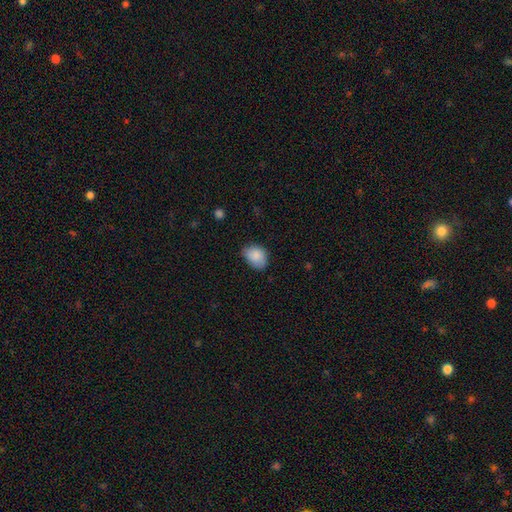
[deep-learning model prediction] A smooth galaxy with no disk features (86%) that is in between round and cigar-shaped (67%). Merging: none (61%).